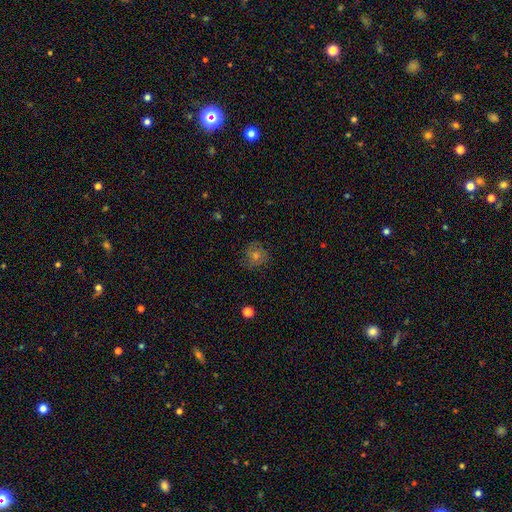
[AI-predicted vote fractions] A smooth galaxy with no disk features (49%).

Vote fractions:
- Smooth or featured? smooth: 49% / featured or disk: 32% / star or artifact: 19%
- Merging? none: 80% / minor disturbance: 14% / major disturbance: 5% / merger: 1%